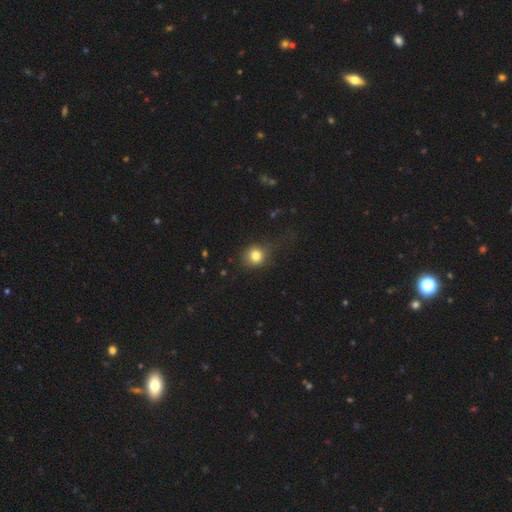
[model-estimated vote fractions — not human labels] smooth-or-featured: smooth: 80% | star or artifact: 12% | featured or disk: 8%
  how-rounded: round: 81% | in between: 18% | cigar-shaped: 1%
  merging: none: 65% | minor disturbance: 22% | major disturbance: 12% | merger: 2%